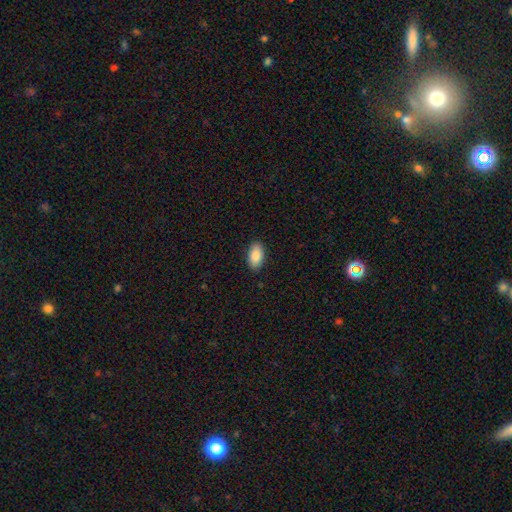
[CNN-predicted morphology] type=smooth (88%); roundness=in between (94%); merging=none (88%).